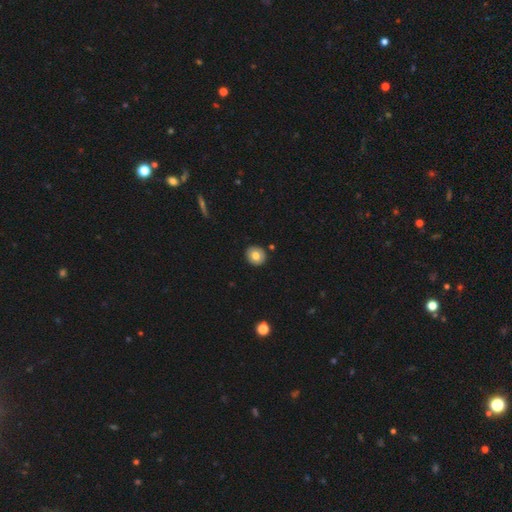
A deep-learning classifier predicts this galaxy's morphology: Smooth or featured? smooth (77%)
How rounded? round (84%)
Merging? none (91%)